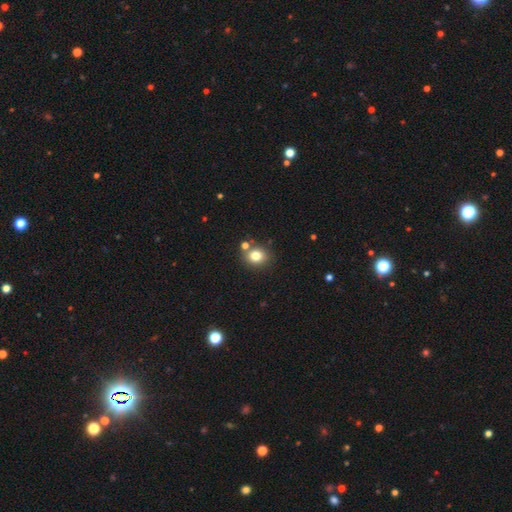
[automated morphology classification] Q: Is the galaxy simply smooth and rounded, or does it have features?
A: smooth — 79%.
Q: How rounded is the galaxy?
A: round — 73%.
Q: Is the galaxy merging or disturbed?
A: none — 74%.